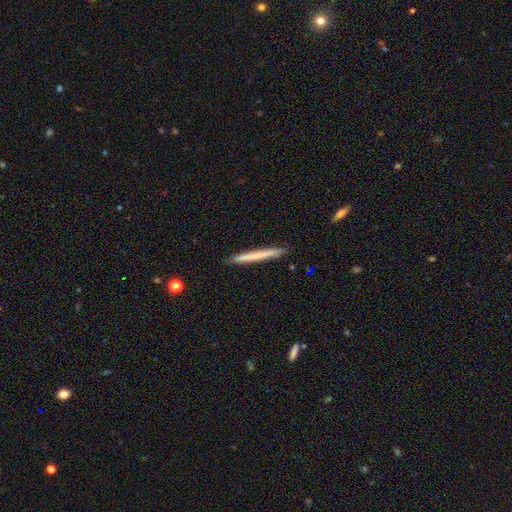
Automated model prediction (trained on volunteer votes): A smooth galaxy with no disk features (64%) that is cigar-shaped (97%).

Vote fractions:
- Smooth or featured? smooth: 64% / featured or disk: 30% / star or artifact: 6%
- How rounded? cigar-shaped: 97% / in between: 2% / round: 1%
- Merging? none: 90% / minor disturbance: 7% / major disturbance: 1% / merger: 1%